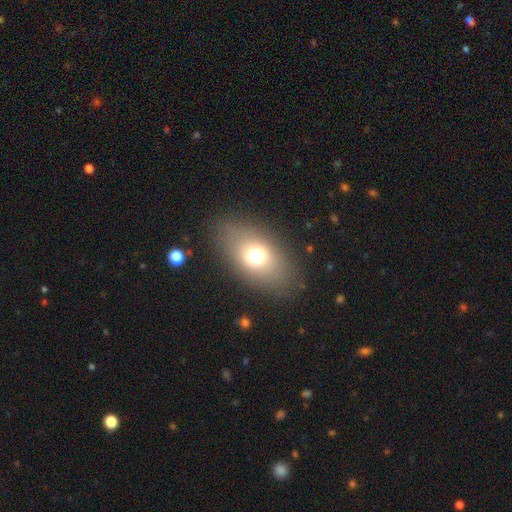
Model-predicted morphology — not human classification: A smooth galaxy with no disk features (67%) that is in between round and cigar-shaped (81%).

Vote fractions:
- Smooth or featured? smooth: 67% / featured or disk: 20% / star or artifact: 13%
- How rounded? in between: 81% / round: 17% / cigar-shaped: 2%
- Merging? none: 84% / minor disturbance: 10% / major disturbance: 5% / merger: 1%